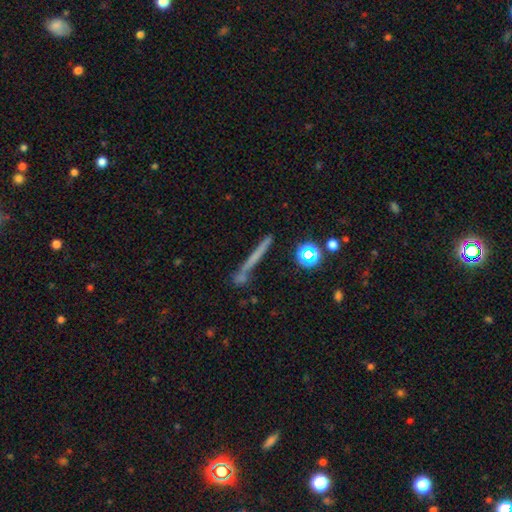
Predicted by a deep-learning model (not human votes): Morphology: type=smooth (47%); merging=none (76%).